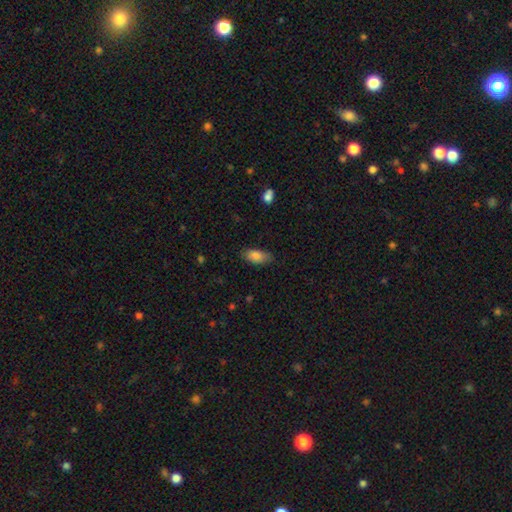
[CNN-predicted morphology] Q: Smooth or featured?
A: smooth (83%); runner-up: featured or disk (10%)
Q: How rounded?
A: in between (88%); runner-up: cigar-shaped (10%)
Q: Merging?
A: none (80%); runner-up: minor disturbance (15%)